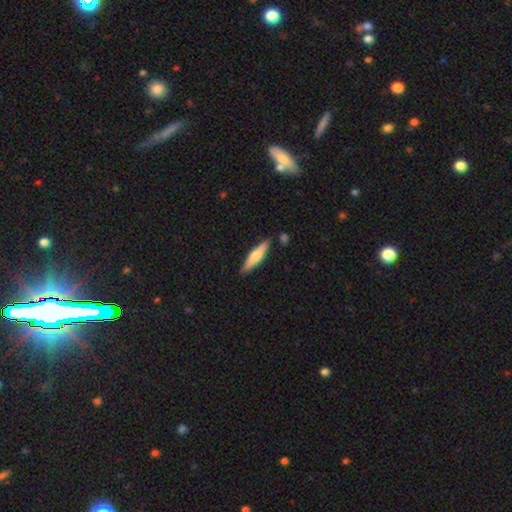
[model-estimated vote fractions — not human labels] Smooth or featured? smooth (61%)
How rounded? cigar-shaped (80%)
Merging? none (85%)